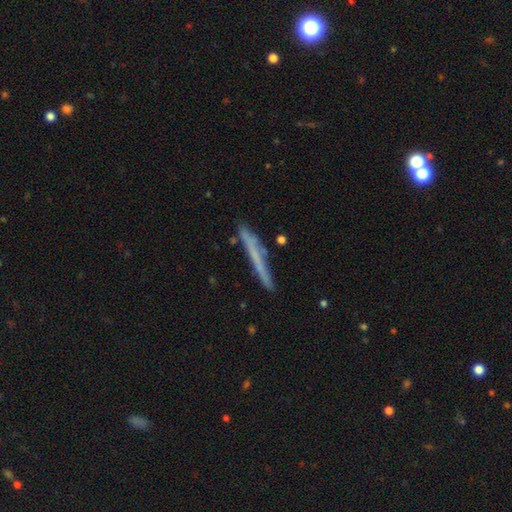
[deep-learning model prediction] Smooth or featured: smooth — 47% (featured or disk — 44%)
Merging: none — 82% (minor disturbance — 13%)